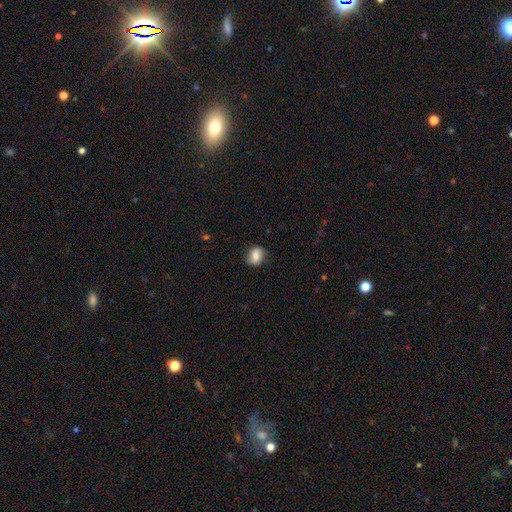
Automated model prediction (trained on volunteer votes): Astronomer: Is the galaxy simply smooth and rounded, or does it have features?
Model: smooth — 78%.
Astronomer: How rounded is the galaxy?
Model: round — 58% (runner-up: in between, 40%).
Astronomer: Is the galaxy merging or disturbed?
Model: none — 82%.